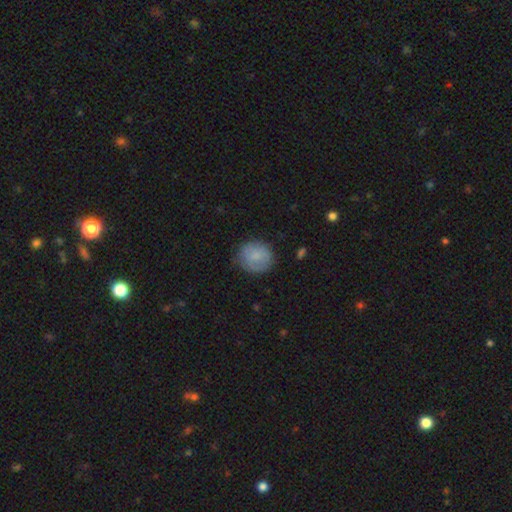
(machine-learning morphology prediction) type=smooth (77%); roundness=round (86%); merging=none (76%).